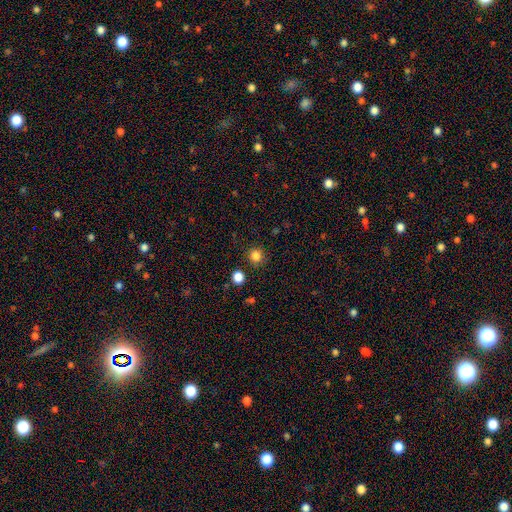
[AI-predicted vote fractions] Smooth or featured? smooth (83%)
How rounded? round (92%)
Merging? none (88%)